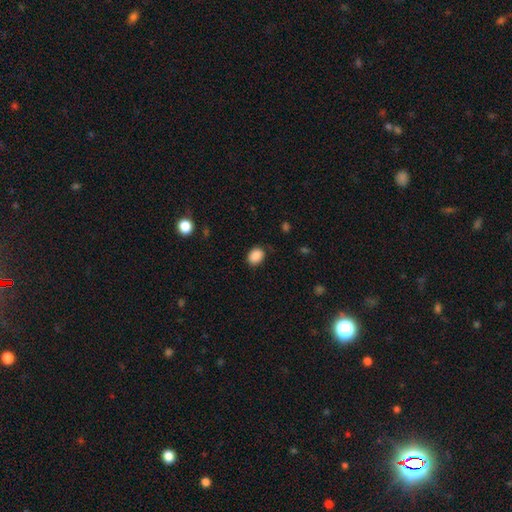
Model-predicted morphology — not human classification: Smooth or featured? smooth (88%)
How rounded? in between (61%)
Merging? none (79%)